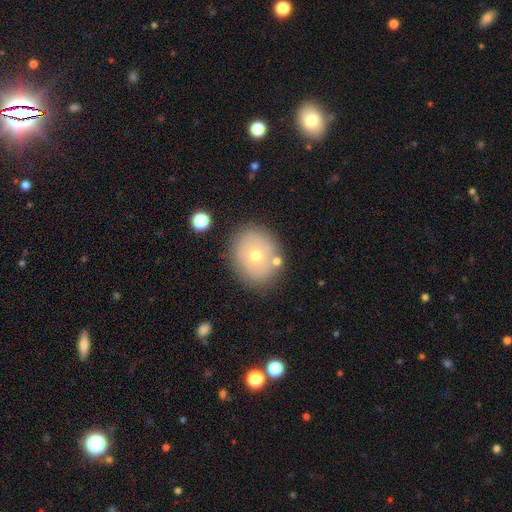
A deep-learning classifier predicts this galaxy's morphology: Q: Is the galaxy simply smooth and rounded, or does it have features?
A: smooth — 59%.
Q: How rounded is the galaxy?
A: round — 63%.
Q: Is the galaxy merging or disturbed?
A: none — 81%.